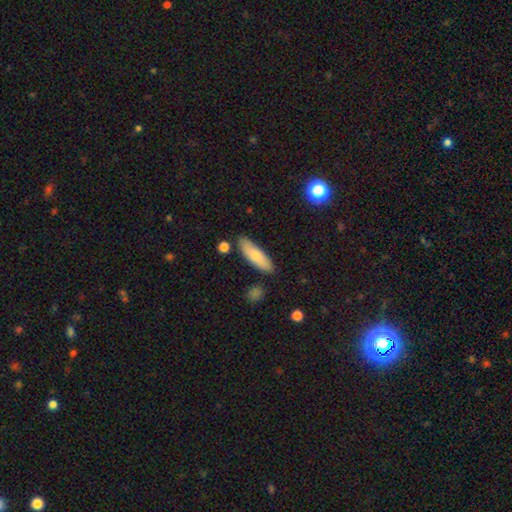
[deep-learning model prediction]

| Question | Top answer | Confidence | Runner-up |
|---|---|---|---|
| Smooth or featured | smooth | 77% | featured or disk (17%) |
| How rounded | cigar-shaped | 50% | in between (48%) |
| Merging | none | 81% | minor disturbance (13%) |